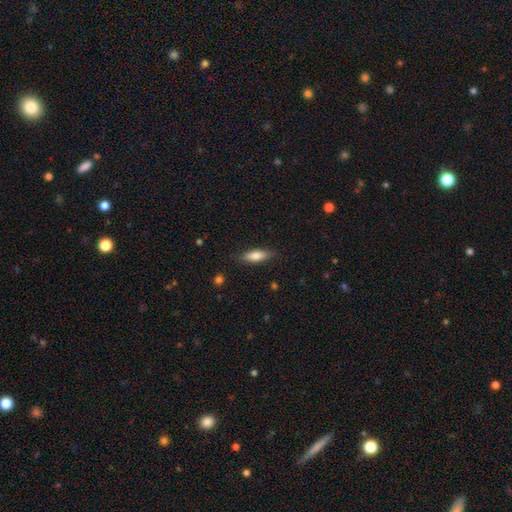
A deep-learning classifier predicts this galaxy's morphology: smooth 76%, featured or disk 17%, star or artifact 7%. Down the decision tree: how rounded — in between (52%); merging — none (83%).